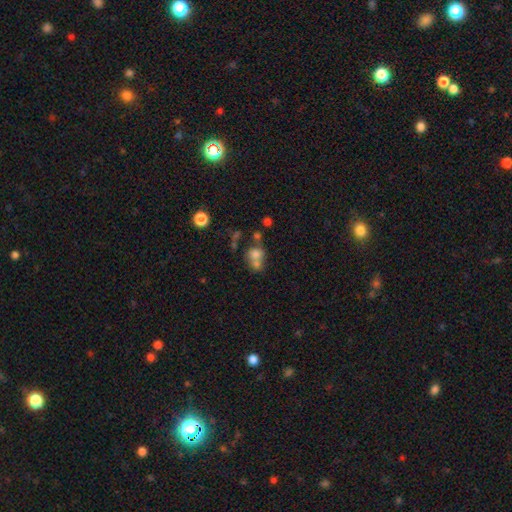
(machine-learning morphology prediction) Smooth or featured? smooth (67%)
How rounded? round (62%)
Merging? merger (55%)